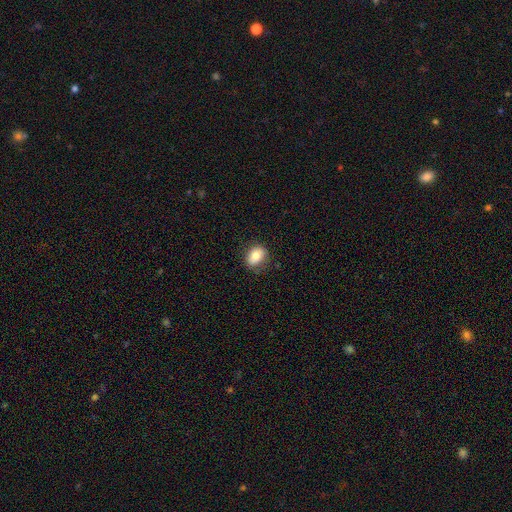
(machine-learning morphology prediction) This appears to be a smooth galaxy with no disk features (79%) that is in between round and cigar-shaped (67%). Merging: none (80%).